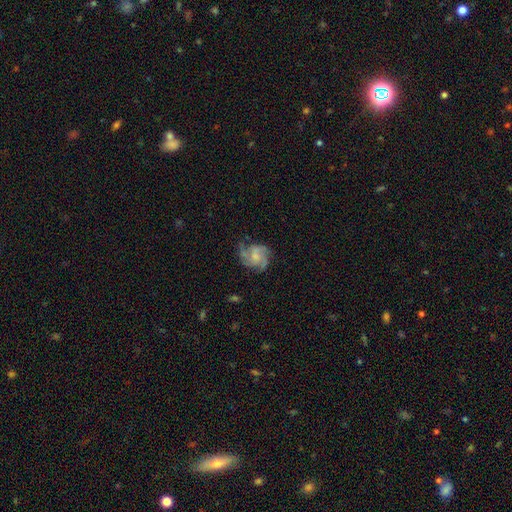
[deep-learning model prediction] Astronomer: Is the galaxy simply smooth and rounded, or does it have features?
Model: featured or disk — 78%.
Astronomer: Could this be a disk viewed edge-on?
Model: no — 98%.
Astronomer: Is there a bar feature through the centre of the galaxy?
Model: no — 67%.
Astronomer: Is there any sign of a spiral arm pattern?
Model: yes — 95%.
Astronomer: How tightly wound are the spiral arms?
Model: medium — 49% (runner-up: tight, 35%).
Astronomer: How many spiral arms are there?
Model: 3 — 50%.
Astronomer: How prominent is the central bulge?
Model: small — 44% (runner-up: moderate, 35%).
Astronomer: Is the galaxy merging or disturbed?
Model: none — 65%.